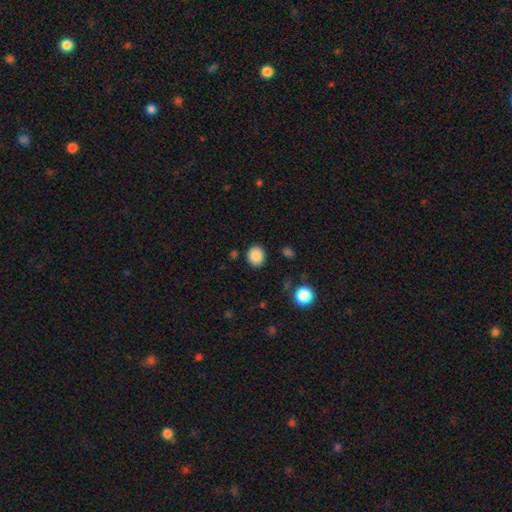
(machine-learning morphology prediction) smooth_or_featured: smooth (p=0.87) [alt: star or artifact p=0.09]
how_rounded: round (p=0.64) [alt: in between p=0.35]
merging: none (p=0.87) [alt: minor disturbance p=0.08]